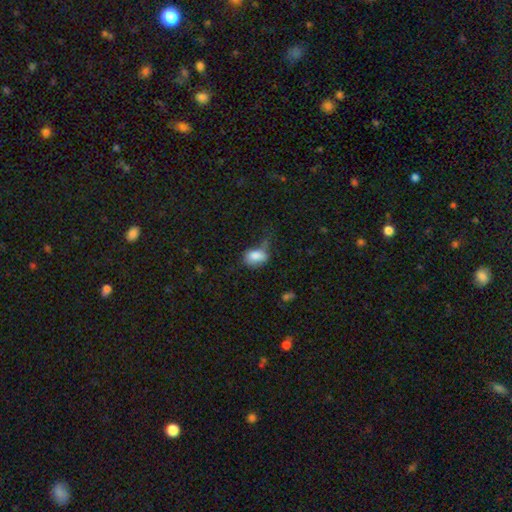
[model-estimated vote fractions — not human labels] Overall: smooth (81%). How rounded: in between (77%). Merging: none (35%; minor disturbance 34%).